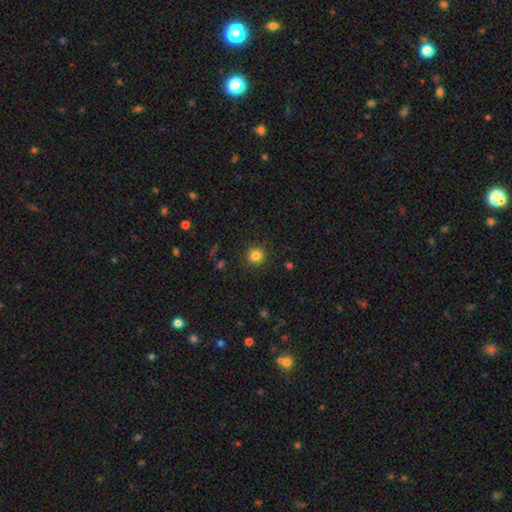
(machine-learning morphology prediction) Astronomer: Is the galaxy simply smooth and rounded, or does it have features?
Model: smooth — 83%.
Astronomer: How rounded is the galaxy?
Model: round — 94%.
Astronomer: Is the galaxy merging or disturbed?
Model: none — 91%.